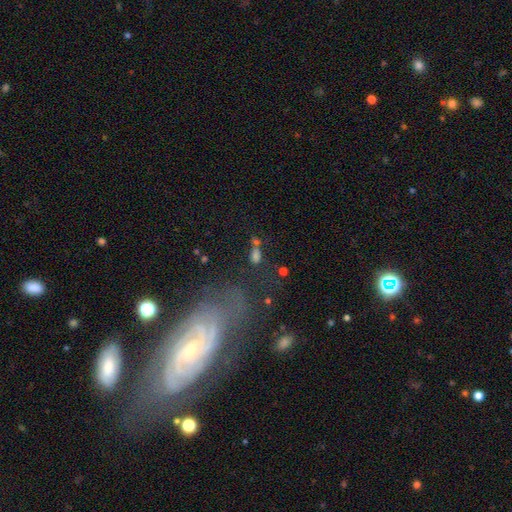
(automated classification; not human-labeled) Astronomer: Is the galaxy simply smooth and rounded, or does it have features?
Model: smooth — 56%.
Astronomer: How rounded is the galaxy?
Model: in between — 73%.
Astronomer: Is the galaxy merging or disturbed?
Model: none — 50%.